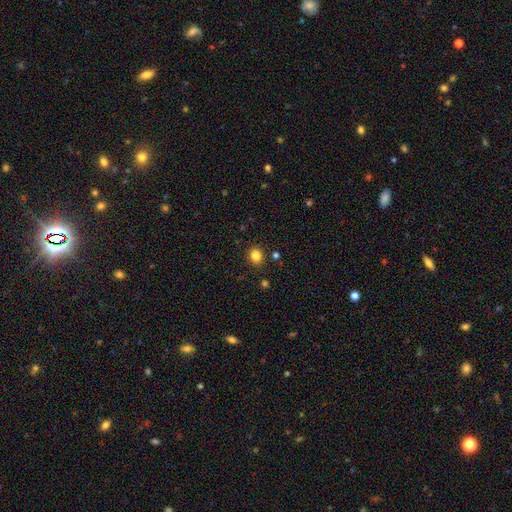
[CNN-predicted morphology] Smooth or featured? Predicted: smooth (p=0.83). How rounded? Predicted: round (p=0.67). Merging? Predicted: none (p=0.88).